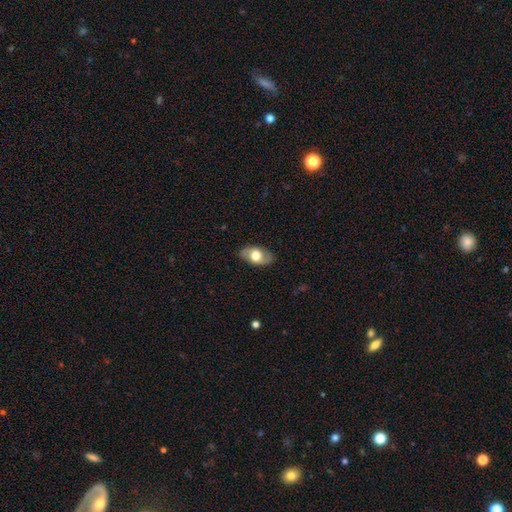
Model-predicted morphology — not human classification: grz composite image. It shows a smooth galaxy with no disk features (55%) that is in between round and cigar-shaped (91%). Merging: none (84%).